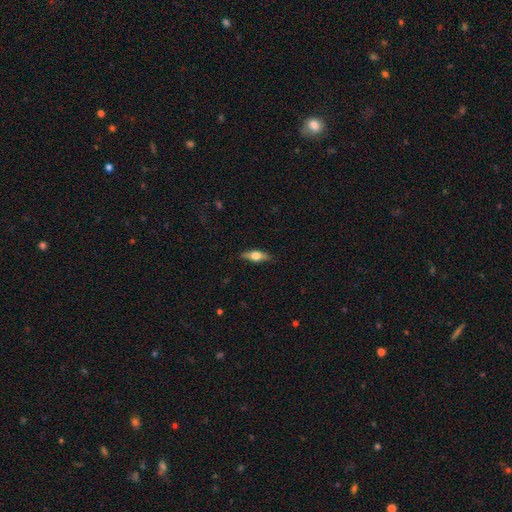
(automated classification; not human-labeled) Smooth or featured?
  - smooth: 51% *
  - featured or disk: 42%
  - star or artifact: 7%
How rounded?
  - in between: 59% *
  - cigar-shaped: 37%
  - round: 4%
Merging?
  - none: 84% *
  - minor disturbance: 12%
  - major disturbance: 3%
  - merger: 1%